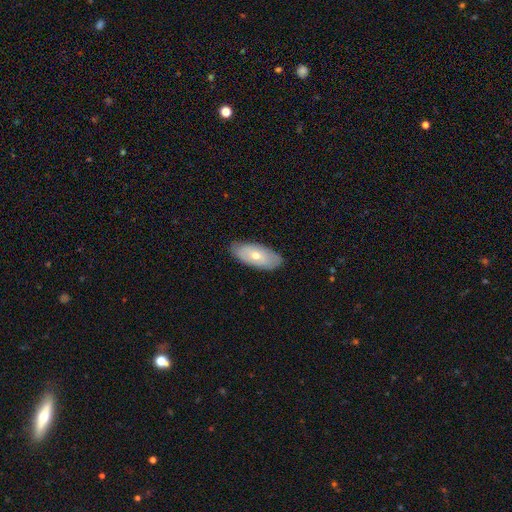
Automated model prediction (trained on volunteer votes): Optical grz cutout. It shows a smooth galaxy with no disk features (55%) that is in between round and cigar-shaped (88%). Merging: none (85%).